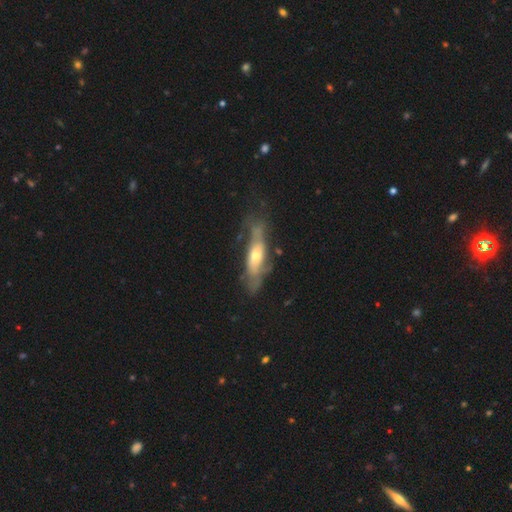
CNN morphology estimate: smooth_or_featured: featured or disk (p=0.62) [alt: smooth p=0.30]
disk_edge_on: no (p=0.64) [alt: yes p=0.36]
merging: none (p=0.51) [alt: minor disturbance p=0.26]